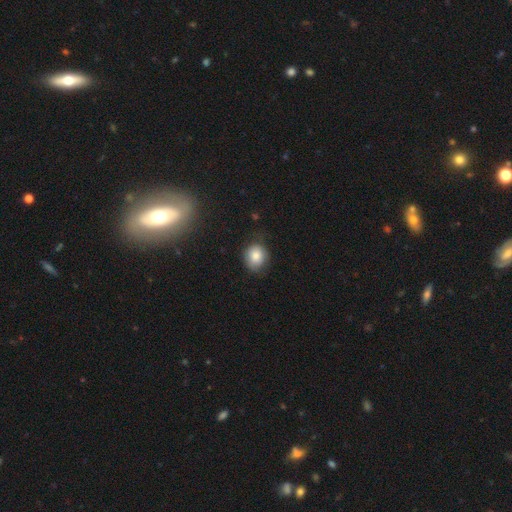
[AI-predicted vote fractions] Morphology: type=smooth (81%); roundness=round (75%); merging=none (72%).